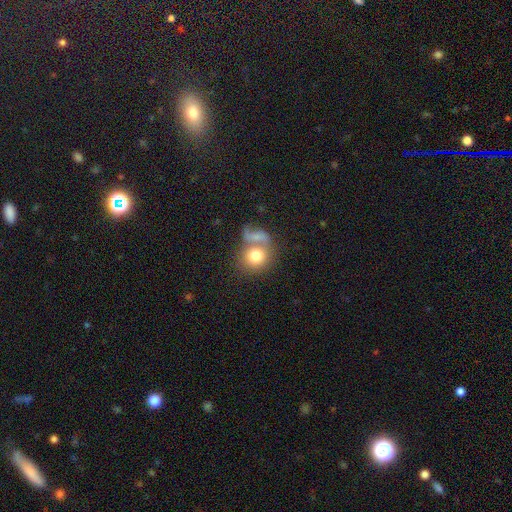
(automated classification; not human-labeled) Smooth or featured: smooth — 75% (featured or disk — 17%)
How rounded: round — 75% (in between — 24%)
Merging: merger — 51% (none — 30%)